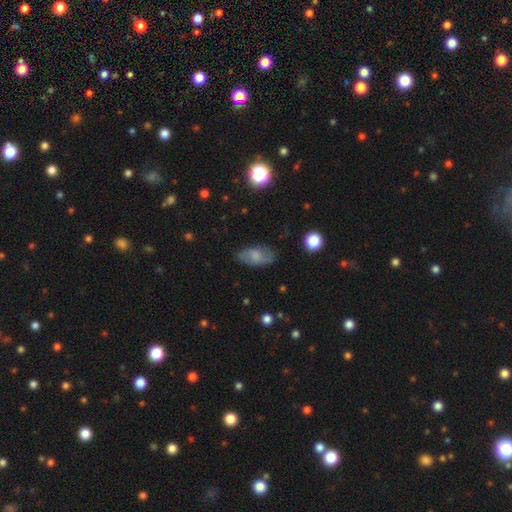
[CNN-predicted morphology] Smooth or featured? smooth (66%)
How rounded? in between (91%)
Merging? none (76%)